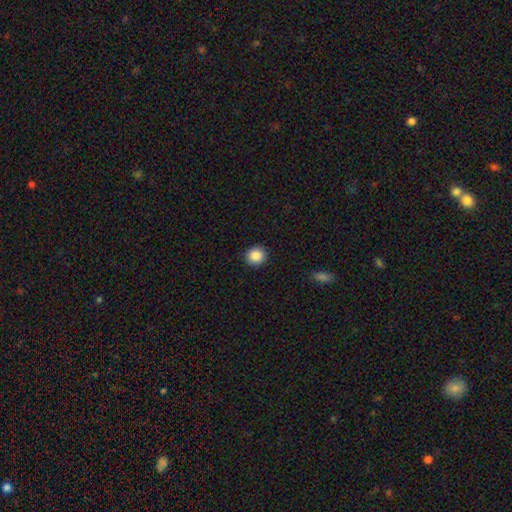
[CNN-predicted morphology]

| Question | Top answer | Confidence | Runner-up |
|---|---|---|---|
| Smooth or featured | smooth | 88% | star or artifact (9%) |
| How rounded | round | 89% | in between (10%) |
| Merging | none | 91% | minor disturbance (6%) |